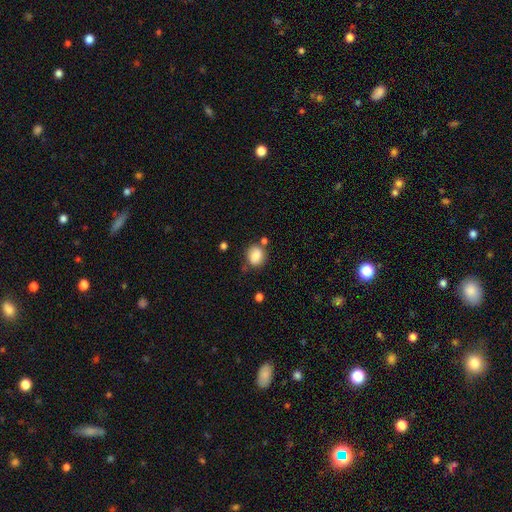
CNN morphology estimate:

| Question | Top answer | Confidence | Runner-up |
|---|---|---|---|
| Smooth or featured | smooth | 82% | featured or disk (9%) |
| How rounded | round | 61% | in between (38%) |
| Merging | none | 63% | minor disturbance (20%) |